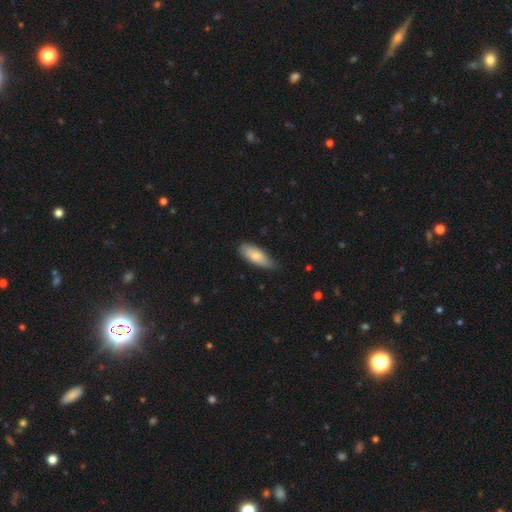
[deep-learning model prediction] The model was most divided on "how rounded": in between: 73%, cigar-shaped: 25%, round: 2%. More confident: smooth or featured — smooth (79%); merging — none (73%).